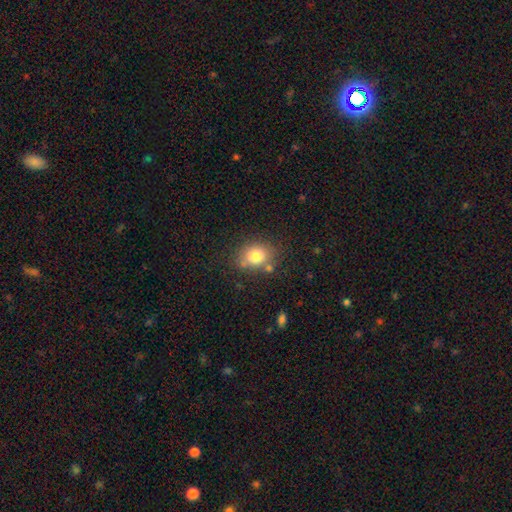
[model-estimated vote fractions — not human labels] A smooth galaxy with no disk features (78%) that is round (51%). Merging: none (72%).